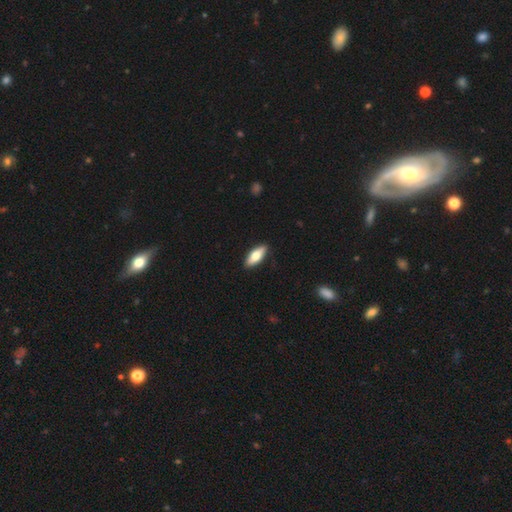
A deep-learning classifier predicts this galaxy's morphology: The model was most divided on "smooth or featured": smooth: 68%, featured or disk: 27%, star or artifact: 5%. More confident: merging — none (89%); how rounded — in between (70%).